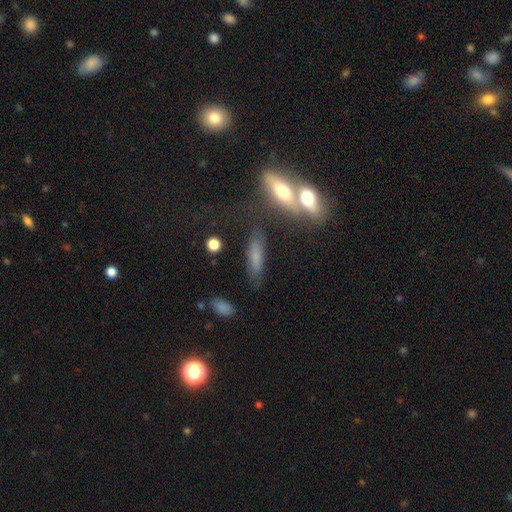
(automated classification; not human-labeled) Q: Smooth or featured?
A: smooth (64%); runner-up: featured or disk (24%)
Q: How rounded?
A: cigar-shaped (54%); runner-up: in between (42%)
Q: Merging?
A: none (59%); runner-up: minor disturbance (18%)